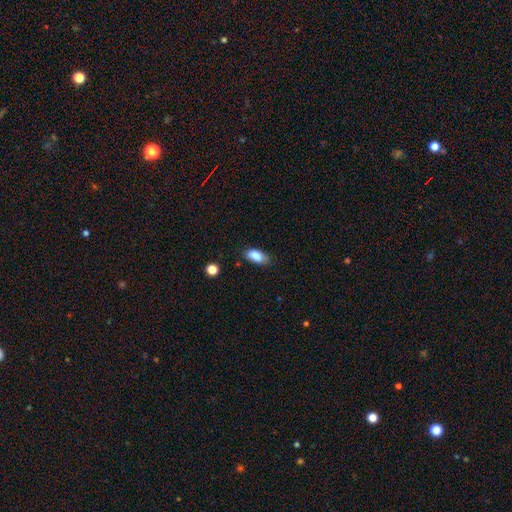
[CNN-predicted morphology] Smooth or featured? smooth (87%)
How rounded? in between (88%)
Merging? none (74%)